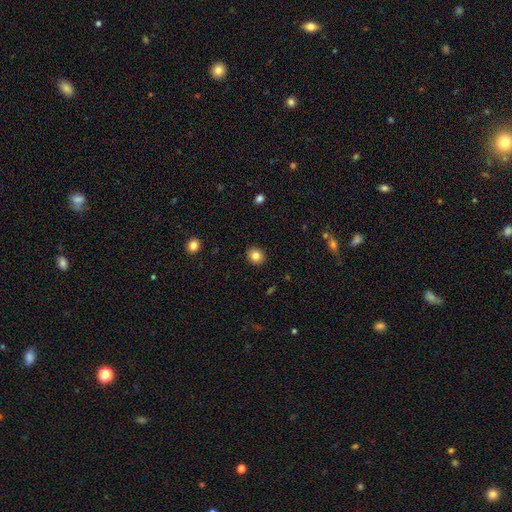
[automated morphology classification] Smooth or featured? Predicted: smooth (p=0.82). How rounded? Predicted: round (p=0.72). Merging? Predicted: none (p=0.91).